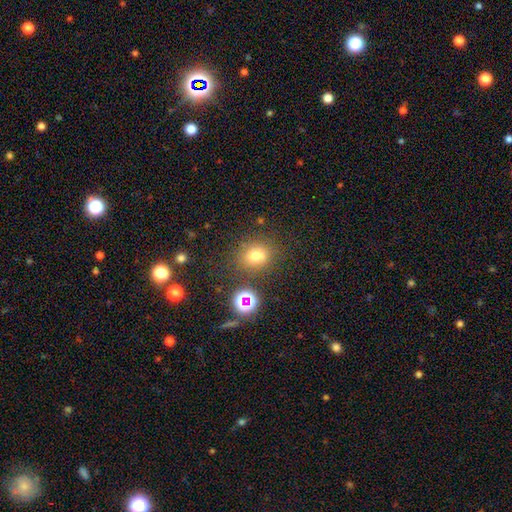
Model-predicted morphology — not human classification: type=smooth (71%); roundness=round (68%); merging=none (78%).